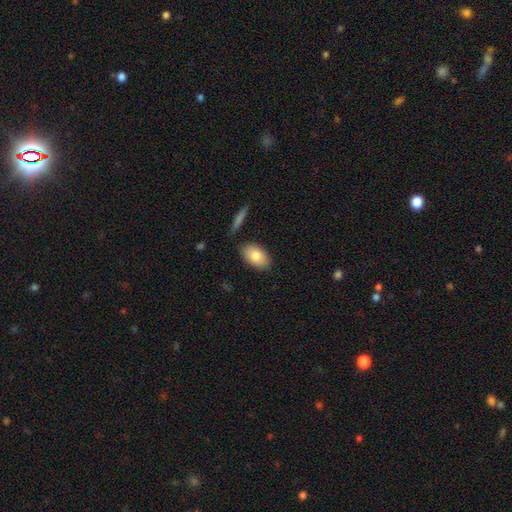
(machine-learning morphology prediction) This appears to be a smooth galaxy with no disk features (80%) that is in between round and cigar-shaped (91%). Merging: none (83%).